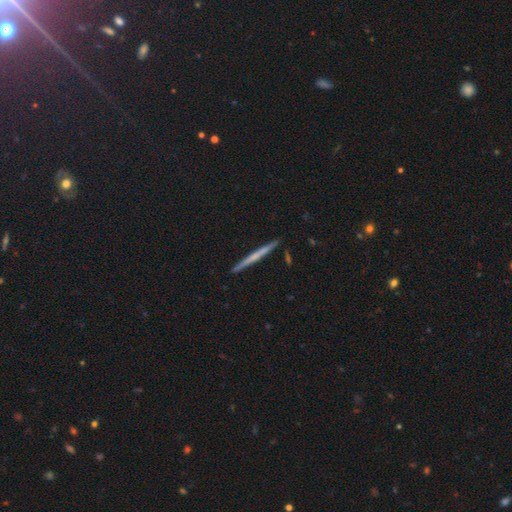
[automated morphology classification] Smooth or featured: featured or disk — 53% (smooth — 41%)
Edge-on disk: yes — 98% (no — 2%)
Edge-on bulge: none — 76% (rounded — 18%)
Merging: none — 92% (minor disturbance — 6%)